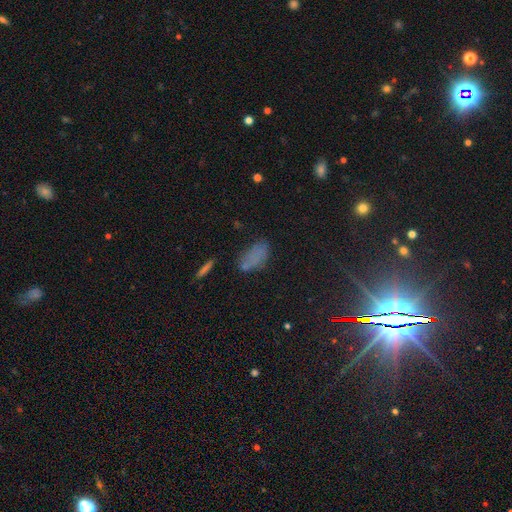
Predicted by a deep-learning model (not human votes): A smooth galaxy with no disk features (70%) that is in between round and cigar-shaped (86%).

Vote fractions:
- Smooth or featured? smooth: 70% / star or artifact: 19% / featured or disk: 11%
- How rounded? in between: 86% / cigar-shaped: 9% / round: 5%
- Merging? none: 58% / minor disturbance: 23% / major disturbance: 10% / merger: 9%